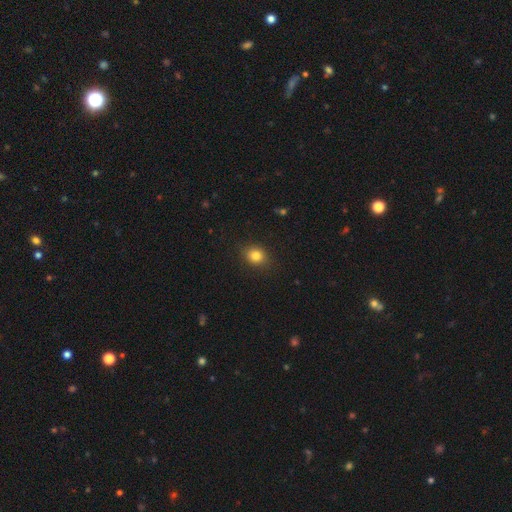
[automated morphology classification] smooth_or_featured: smooth (p=0.82) [alt: star or artifact p=0.11]
how_rounded: round (p=0.65) [alt: in between p=0.34]
merging: none (p=0.88) [alt: minor disturbance p=0.09]